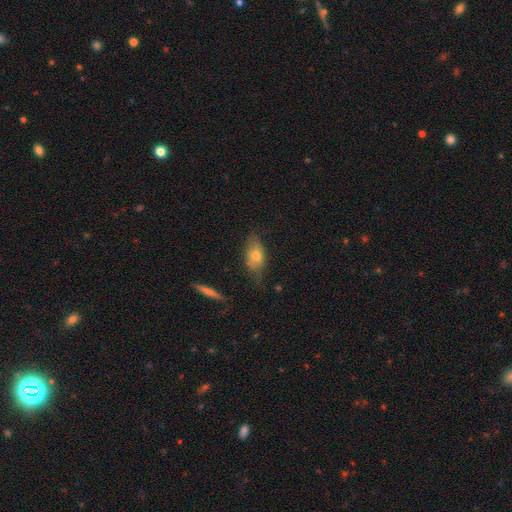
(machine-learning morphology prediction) A smooth galaxy with no disk features (64%) that is in between round and cigar-shaped (82%).

Vote fractions:
- Smooth or featured? smooth: 64% / featured or disk: 28% / star or artifact: 8%
- How rounded? in between: 82% / cigar-shaped: 11% / round: 7%
- Merging? none: 60% / minor disturbance: 28% / major disturbance: 9% / merger: 3%